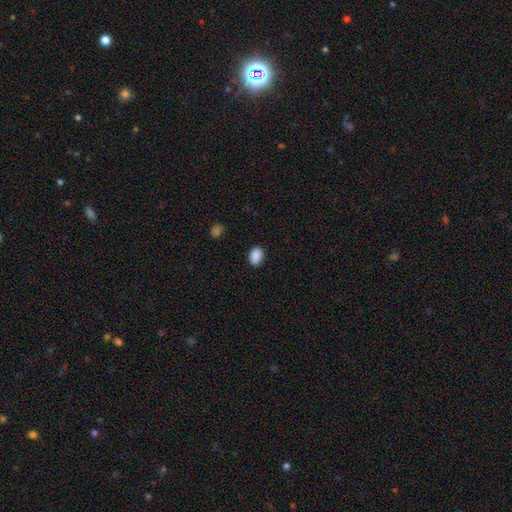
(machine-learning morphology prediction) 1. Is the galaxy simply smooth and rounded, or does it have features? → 90% smooth, 8% star or artifact, 3% featured or disk.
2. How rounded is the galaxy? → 82% in between, 17% round, 1% cigar-shaped.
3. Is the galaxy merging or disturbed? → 86% none, 10% minor disturbance, 2% major disturbance, 1% merger.